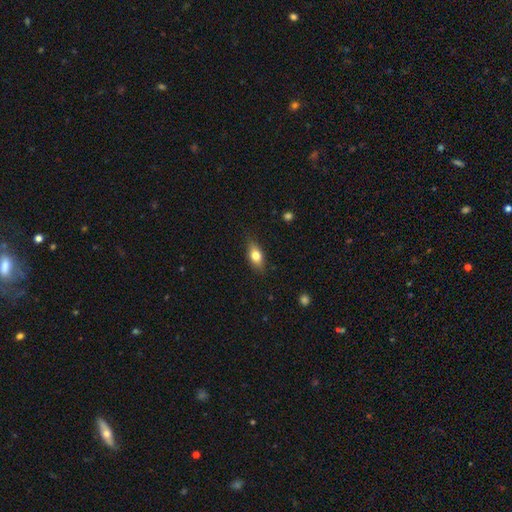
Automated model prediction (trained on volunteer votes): smooth_or_featured: smooth (p=0.73) [alt: featured or disk p=0.19]
how_rounded: in between (p=0.78) [alt: cigar-shaped p=0.15]
merging: none (p=0.82) [alt: minor disturbance p=0.14]